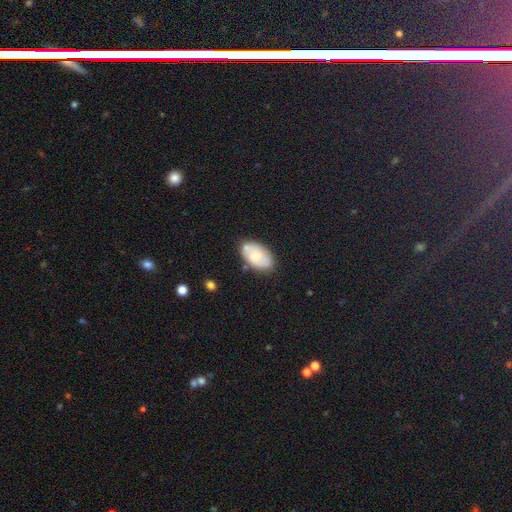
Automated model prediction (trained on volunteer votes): smooth 65%, featured or disk 29%, star or artifact 7%. Down the decision tree: how rounded — in between (94%); merging — none (70%).